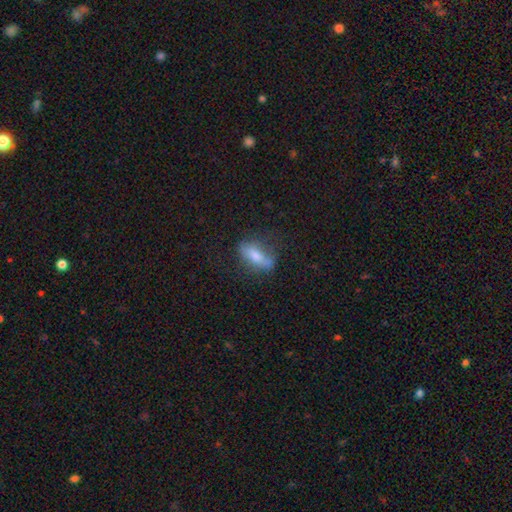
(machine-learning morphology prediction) smooth-or-featured: smooth: 64% | featured or disk: 27% | star or artifact: 8%
  how-rounded: in between: 68% | cigar-shaped: 28% | round: 4%
  merging: none: 62% | minor disturbance: 24% | major disturbance: 12% | merger: 3%